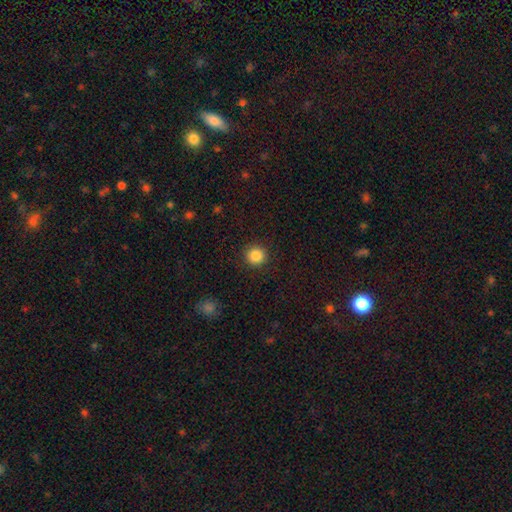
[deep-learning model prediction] Smooth or featured?
  - smooth: 86% *
  - star or artifact: 10%
  - featured or disk: 4%
How rounded?
  - round: 95% *
  - in between: 4%
  - cigar-shaped: 1%
Merging?
  - none: 92% *
  - minor disturbance: 5%
  - major disturbance: 2%
  - merger: 1%